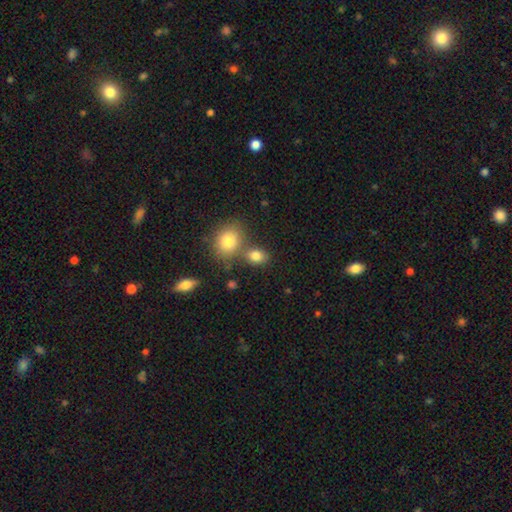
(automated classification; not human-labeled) Q: Smooth or featured?
A: smooth (81%); runner-up: star or artifact (11%)
Q: How rounded?
A: in between (63%); runner-up: round (36%)
Q: Merging?
A: none (55%); runner-up: merger (30%)